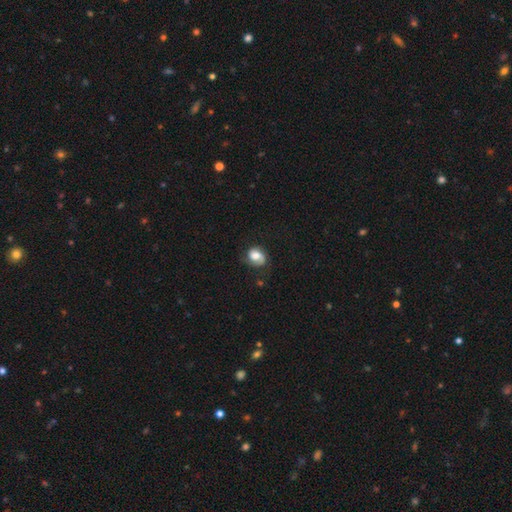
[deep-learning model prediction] Smooth or featured? smooth (49%)
Merging? none (60%)